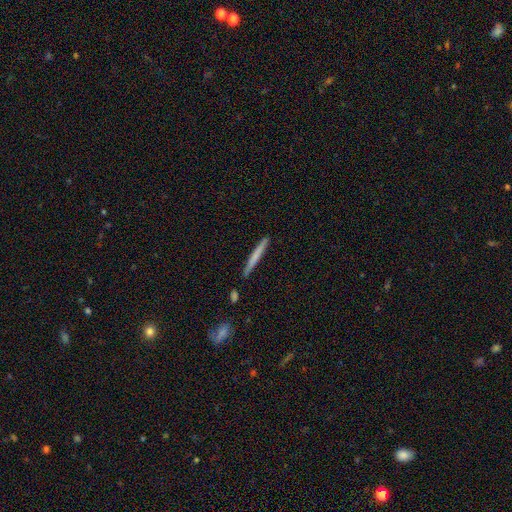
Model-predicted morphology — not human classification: type=smooth (64%); roundness=cigar-shaped (97%); merging=none (88%).